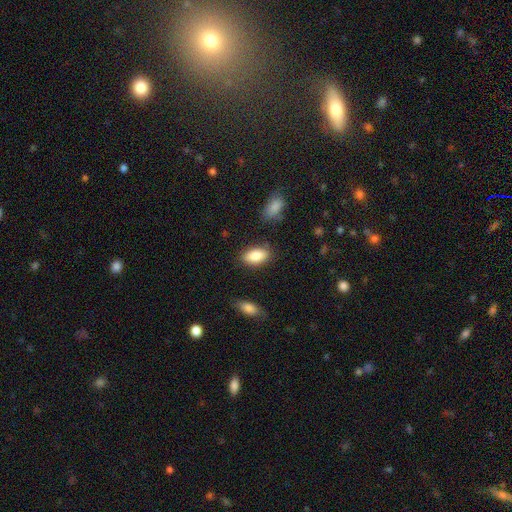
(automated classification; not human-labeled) The model was most divided on "merging": none: 82%, minor disturbance: 12%, major disturbance: 3%, merger: 3%. More confident: how rounded — in between (91%); smooth or featured — smooth (85%).